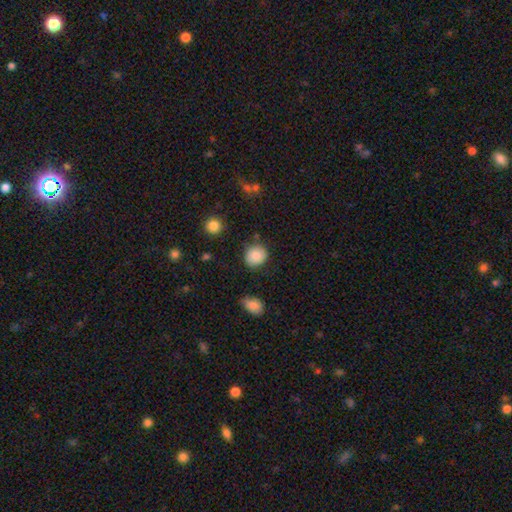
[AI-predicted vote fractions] smooth 86%, star or artifact 9%, featured or disk 6%. Down the decision tree: how rounded — round (81%); merging — none (82%).